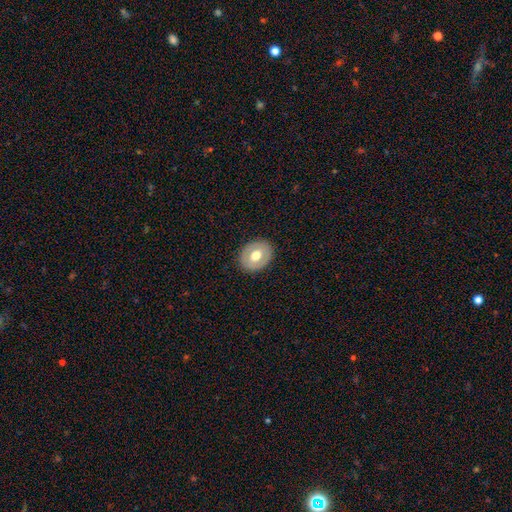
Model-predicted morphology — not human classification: Smooth or featured?
  - smooth: 57% *
  - featured or disk: 37%
  - star or artifact: 6%
How rounded?
  - round: 53% *
  - in between: 46%
  - cigar-shaped: 1%
Merging?
  - none: 88% *
  - minor disturbance: 8%
  - major disturbance: 3%
  - merger: 1%